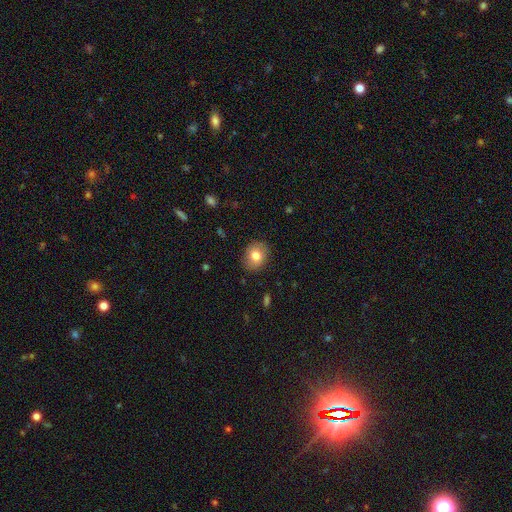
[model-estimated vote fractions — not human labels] smooth_or_featured: smooth (p=0.79) [alt: featured or disk p=0.13]
how_rounded: round (p=0.55) [alt: in between p=0.44]
merging: none (p=0.86) [alt: minor disturbance p=0.10]